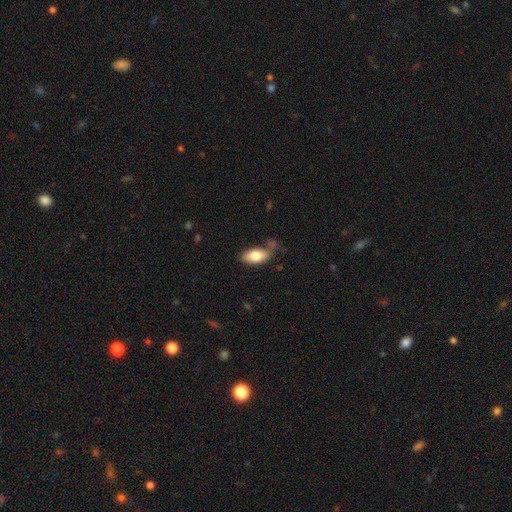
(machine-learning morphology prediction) The model was most divided on "merging": none: 57%, minor disturbance: 24%, merger: 11%, major disturbance: 8%. More confident: how rounded — in between (91%); smooth or featured — smooth (79%).